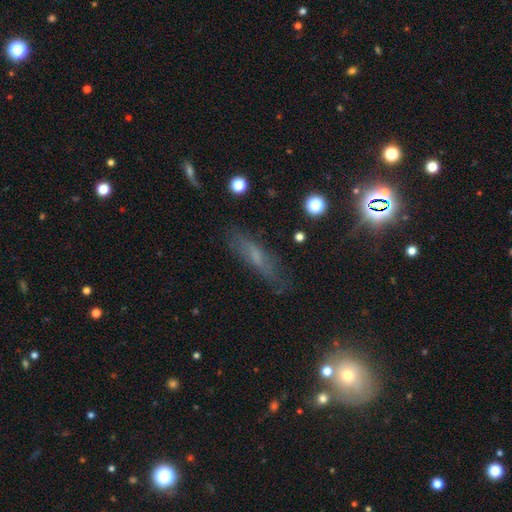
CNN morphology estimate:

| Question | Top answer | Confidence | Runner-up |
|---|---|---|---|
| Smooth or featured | smooth | 46% | featured or disk (36%) |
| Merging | none | 70% | minor disturbance (20%) |